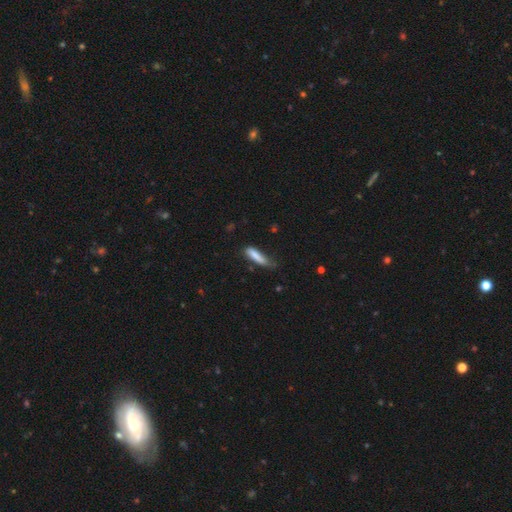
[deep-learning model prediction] Q: Smooth or featured?
A: smooth (80%); runner-up: featured or disk (13%)
Q: How rounded?
A: cigar-shaped (73%); runner-up: in between (25%)
Q: Merging?
A: none (44%); runner-up: minor disturbance (38%)